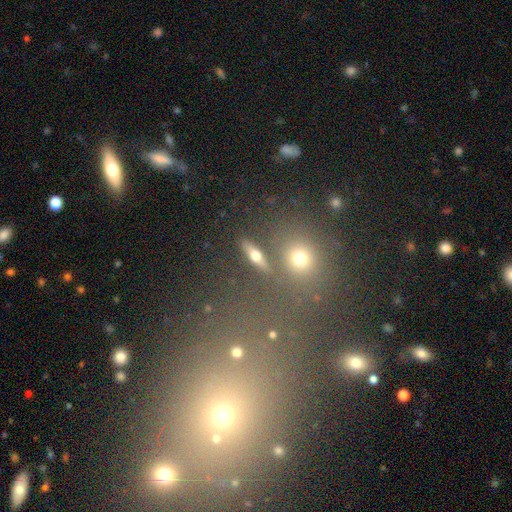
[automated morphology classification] smooth-or-featured: smooth: 45% | featured or disk: 40% | star or artifact: 15%
  merging: none: 83% | minor disturbance: 8% | merger: 5% | major disturbance: 4%